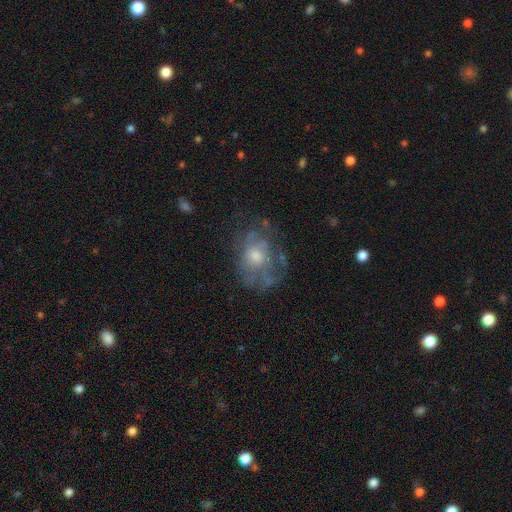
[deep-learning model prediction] Smooth or featured? Predicted: featured or disk (p=0.53). Edge-on disk? Predicted: no (p=0.96). Bar? Predicted: no (p=0.87). Spiral arms? Predicted: no (p=0.68). Bulge size? Predicted: moderate (p=0.56). Merging? Predicted: none (p=0.56).